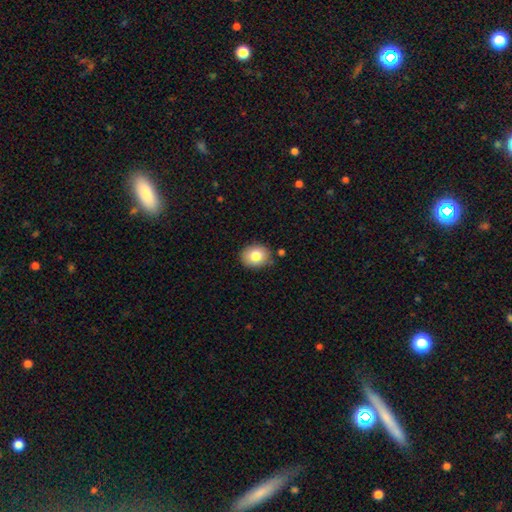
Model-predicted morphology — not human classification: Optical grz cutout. It shows a smooth galaxy with no disk features (80%) that is round (59%). Merging: none (79%).